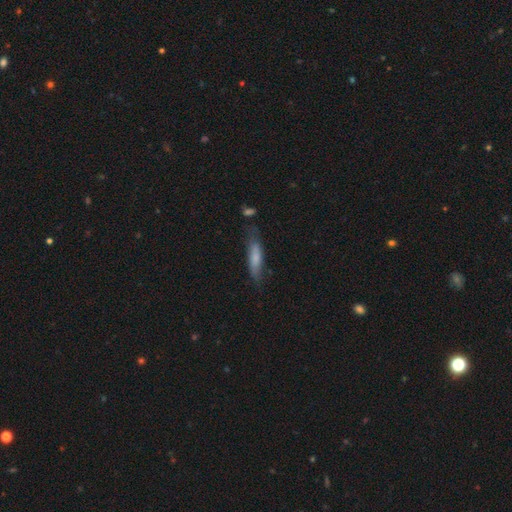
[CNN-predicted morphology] Smooth or featured?
  - smooth: 66% *
  - featured or disk: 26%
  - star or artifact: 8%
How rounded?
  - cigar-shaped: 74% *
  - in between: 25%
  - round: 2%
Merging?
  - none: 65% *
  - minor disturbance: 23%
  - major disturbance: 7%
  - merger: 5%